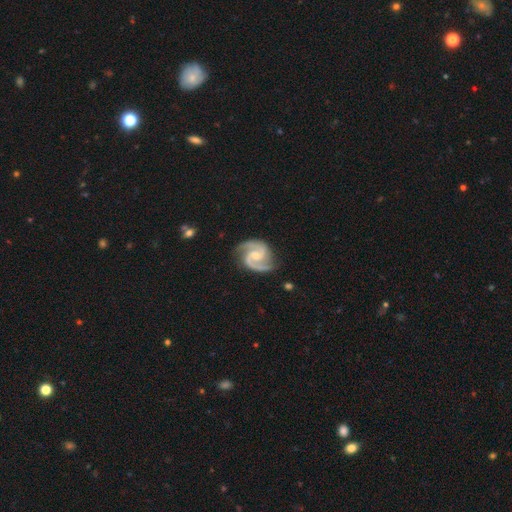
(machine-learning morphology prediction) Smooth or featured? Predicted: featured or disk (p=0.94). Edge-on disk? Predicted: no (p=0.98). Bar? Predicted: weak (p=0.45). Spiral arms? Predicted: yes (p=0.99). Spiral winding? Predicted: medium (p=0.62). Spiral arm count? Predicted: 2 (p=0.94). Bulge size? Predicted: small (p=0.44). Merging? Predicted: none (p=0.81).